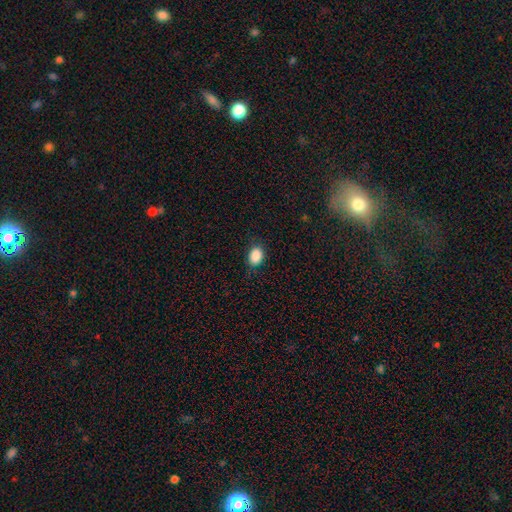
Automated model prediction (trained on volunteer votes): Morphology: type=smooth (89%); roundness=in between (73%); merging=none (83%).